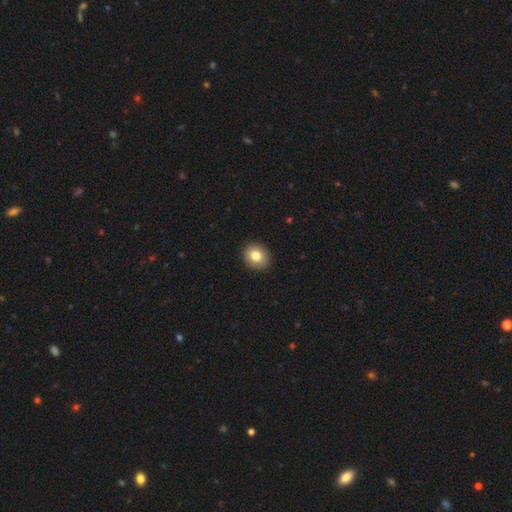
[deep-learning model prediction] This is clearly a smooth galaxy (82%). How rounded: likely round (71%). Merging: clearly none (91%).